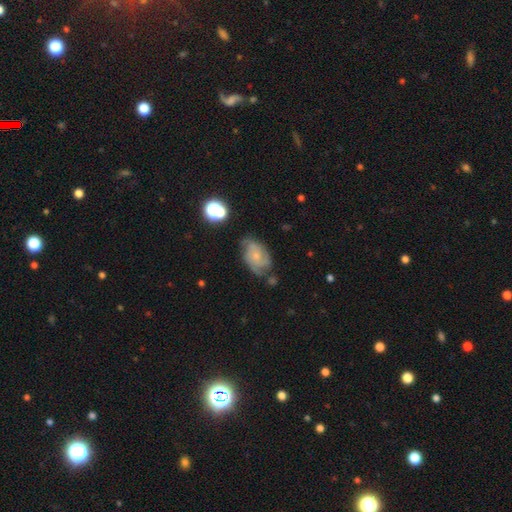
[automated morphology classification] type=featured or disk (71%); edge-on=no (97%); bar=no (71%); spiral arms=yes (92%); winding=tight (43%); arm count=2 (37%); bulge=small (59%); merging=none (58%).